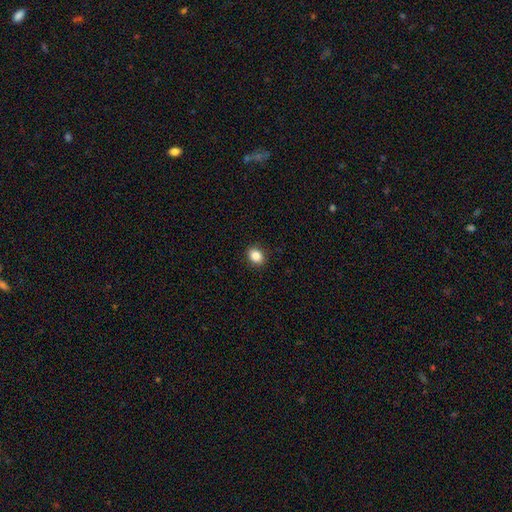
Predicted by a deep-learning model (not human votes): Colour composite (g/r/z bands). It shows a smooth galaxy with no disk features (86%) that is in between round and cigar-shaped (54%). Merging: none (90%).